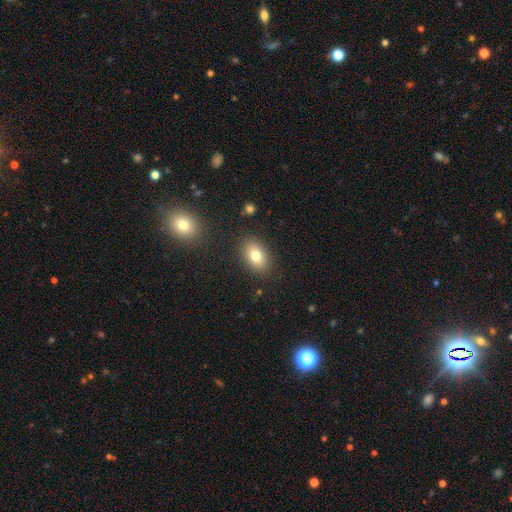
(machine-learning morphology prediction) Smooth or featured?
  - smooth: 78% *
  - featured or disk: 12%
  - star or artifact: 10%
How rounded?
  - in between: 86% *
  - round: 12%
  - cigar-shaped: 2%
Merging?
  - none: 86% *
  - minor disturbance: 9%
  - major disturbance: 3%
  - merger: 2%